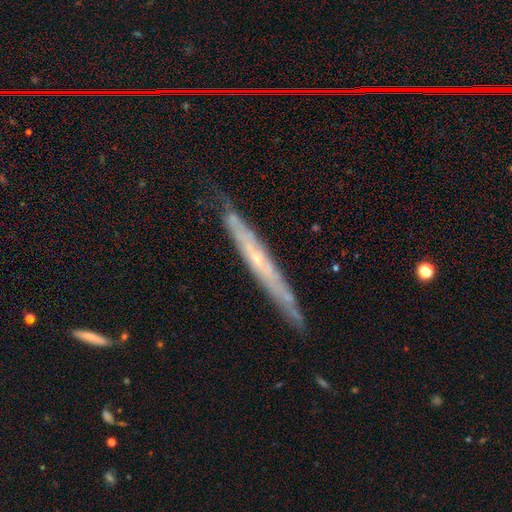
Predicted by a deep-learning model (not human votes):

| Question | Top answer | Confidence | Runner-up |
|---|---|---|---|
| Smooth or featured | featured or disk | 69% | smooth (22%) |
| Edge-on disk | yes | 86% | no (14%) |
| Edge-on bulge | none | 63% | rounded (34%) |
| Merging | none | 79% | minor disturbance (17%) |